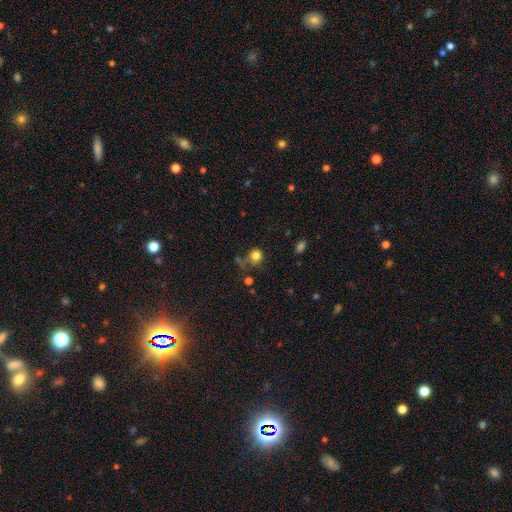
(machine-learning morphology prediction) Smooth or featured?
  - smooth: 79% *
  - star or artifact: 14%
  - featured or disk: 8%
How rounded?
  - round: 84% *
  - in between: 15%
  - cigar-shaped: 1%
Merging?
  - none: 58% *
  - minor disturbance: 19%
  - major disturbance: 12%
  - merger: 11%